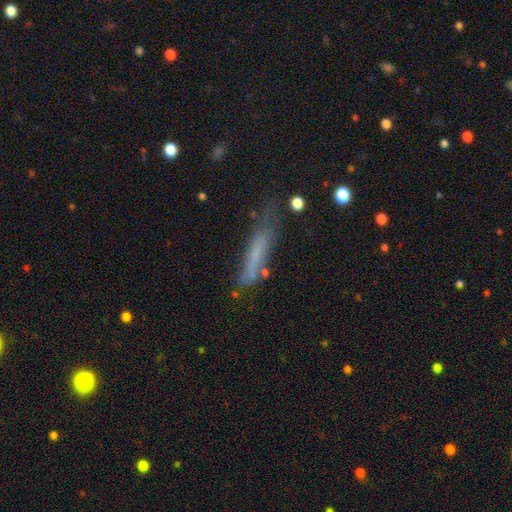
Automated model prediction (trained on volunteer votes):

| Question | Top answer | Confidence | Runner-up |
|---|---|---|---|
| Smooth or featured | smooth | 61% | featured or disk (27%) |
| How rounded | cigar-shaped | 86% | in between (12%) |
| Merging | none | 60% | minor disturbance (25%) |